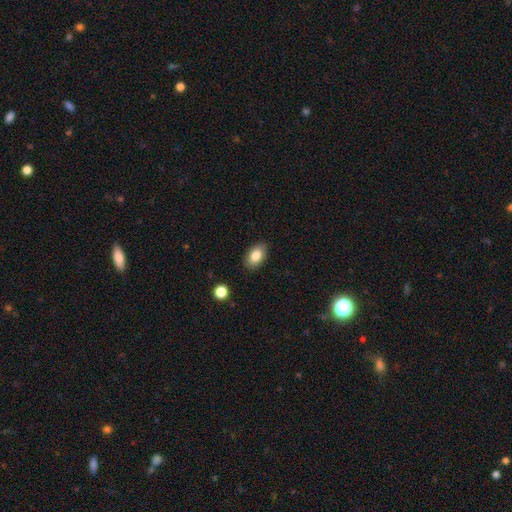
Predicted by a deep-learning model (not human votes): This is clearly a smooth galaxy (83%). How rounded: clearly in between (91%). Merging: clearly none (87%).